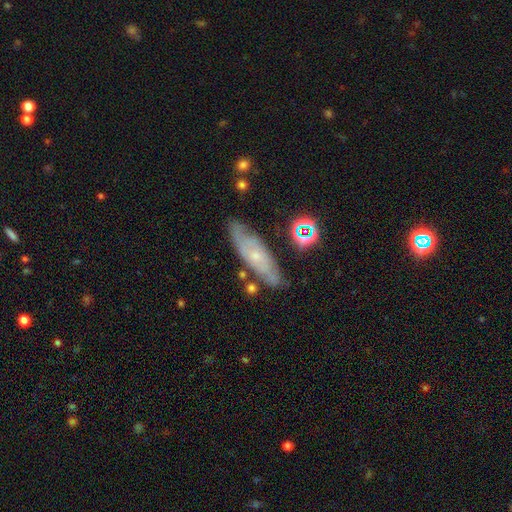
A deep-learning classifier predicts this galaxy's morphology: This appears to be a featured or disk galaxy (66%). Merging: none (70%).